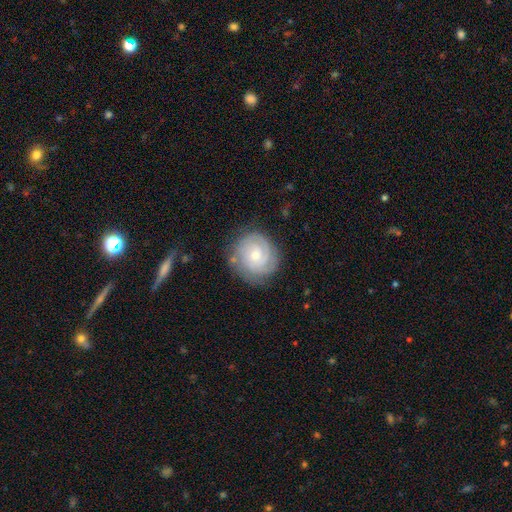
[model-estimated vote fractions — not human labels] Smooth or featured?
  - featured or disk: 74% *
  - smooth: 20%
  - star or artifact: 7%
Edge-on disk?
  - no: 98% *
  - yes: 2%
Bar?
  - no: 73% *
  - weak: 24%
  - strong: 3%
Spiral arms?
  - yes: 94% *
  - no: 6%
Spiral winding?
  - tight: 75% *
  - medium: 20%
  - loose: 5%
Spiral arm count?
  - can't tell: 31% *
  - 2: 26%
  - 3: 25%
  - 4: 8%
  - 1: 6%
  - more than 4: 4%
Bulge size?
  - small: 58% *
  - moderate: 37%
  - large: 2%
  - none: 2%
  - dominant: 1%
Merging?
  - none: 79% *
  - minor disturbance: 15%
  - major disturbance: 5%
  - merger: 2%